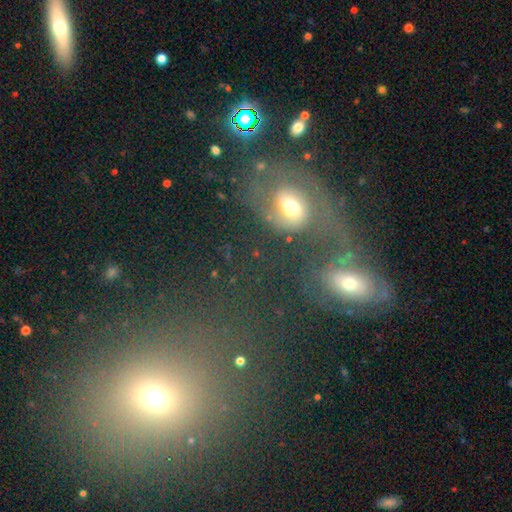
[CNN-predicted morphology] smooth-or-featured: featured or disk: 52% | smooth: 32% | star or artifact: 16%
  disk-edge-on: no: 95% | yes: 5%
  merging: merger: 41% | none: 37% | major disturbance: 11% | minor disturbance: 11%